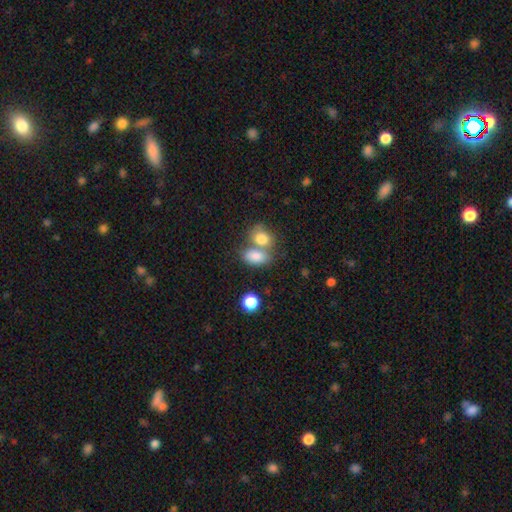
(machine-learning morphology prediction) type=smooth (81%); roundness=in between (79%); merging=merger (54%).